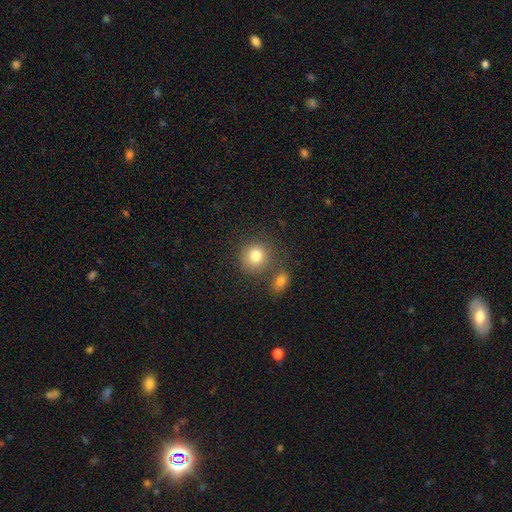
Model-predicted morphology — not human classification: Q: Smooth or featured?
A: smooth (81%); runner-up: star or artifact (10%)
Q: How rounded?
A: round (88%); runner-up: in between (11%)
Q: Merging?
A: none (70%); runner-up: merger (16%)